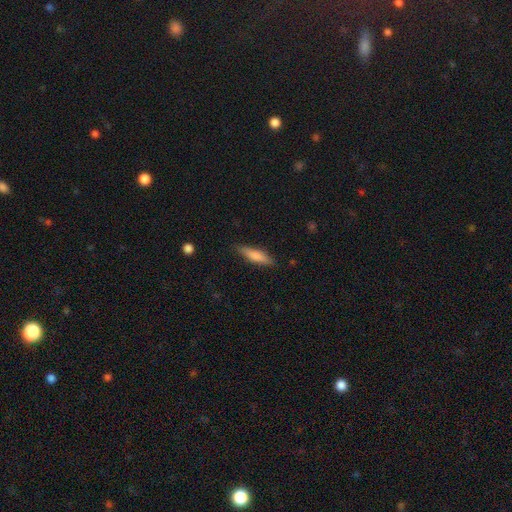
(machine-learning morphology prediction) smooth_or_featured: smooth (p=0.71) [alt: featured or disk p=0.23]
how_rounded: cigar-shaped (p=0.72) [alt: in between p=0.26]
merging: none (p=0.85) [alt: minor disturbance p=0.11]